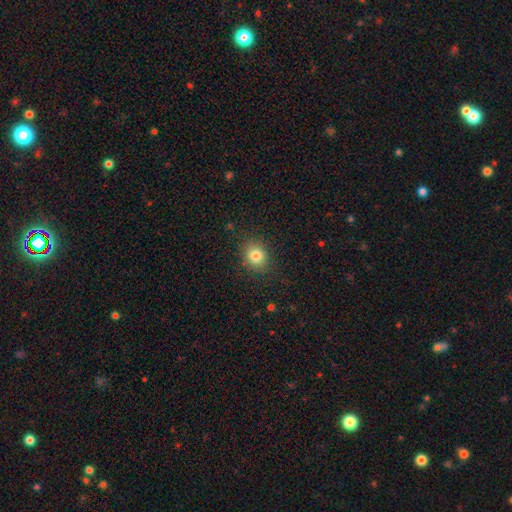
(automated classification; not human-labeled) Overall: smooth (81%). How rounded: round (66%; in between 33%). Merging: none (87%).